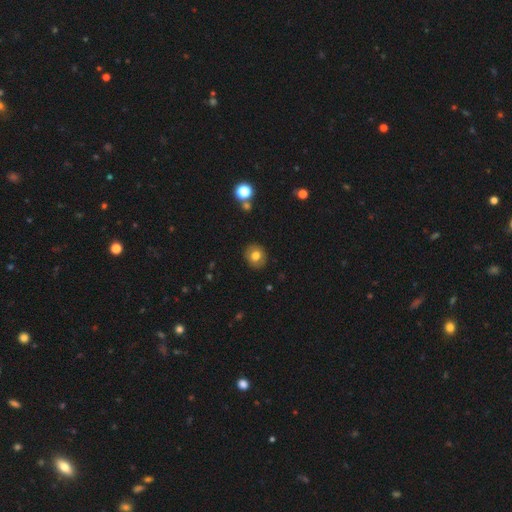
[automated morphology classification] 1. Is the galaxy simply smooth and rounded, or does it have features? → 75% smooth, 15% featured or disk, 10% star or artifact.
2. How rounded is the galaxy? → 78% round, 21% in between, 1% cigar-shaped.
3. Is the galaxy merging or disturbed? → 89% none, 8% minor disturbance, 2% major disturbance, 1% merger.